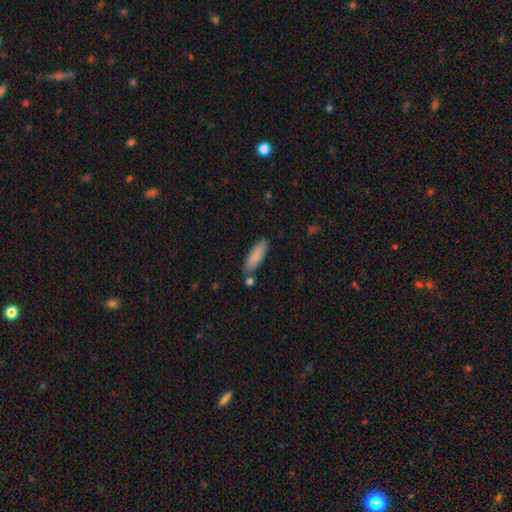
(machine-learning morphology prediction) smooth 83%, featured or disk 11%, star or artifact 6%. Down the decision tree: how rounded — in between (50%); merging — none (79%).